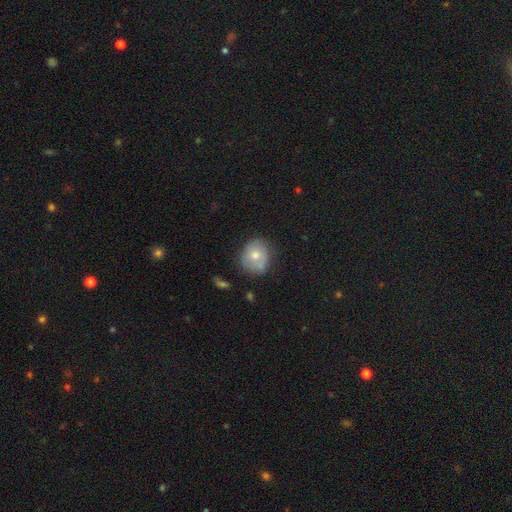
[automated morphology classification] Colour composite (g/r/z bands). It shows a smooth galaxy with no disk features (68%) that is round (75%). Merging: none (62%).